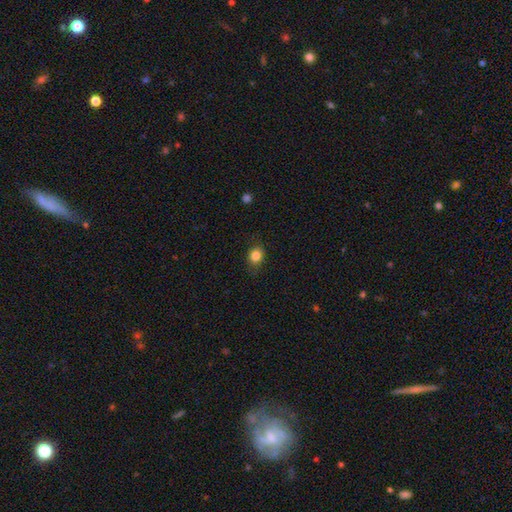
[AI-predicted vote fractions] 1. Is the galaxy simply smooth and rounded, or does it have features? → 84% smooth, 11% star or artifact, 6% featured or disk.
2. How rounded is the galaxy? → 62% round, 37% in between, 1% cigar-shaped.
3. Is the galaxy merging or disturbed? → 80% none, 15% minor disturbance, 4% major disturbance, 1% merger.